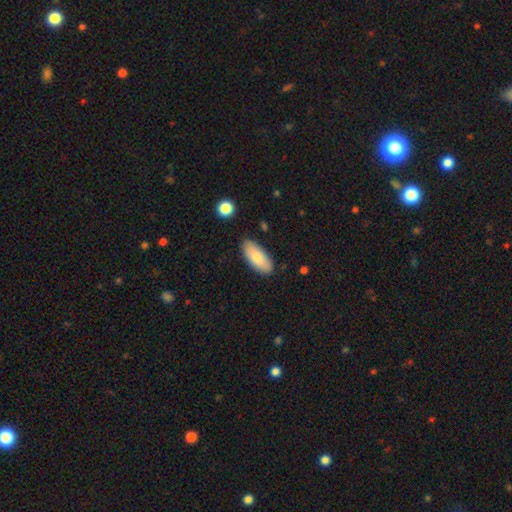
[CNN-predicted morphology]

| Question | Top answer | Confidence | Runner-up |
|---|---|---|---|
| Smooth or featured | smooth | 77% | featured or disk (17%) |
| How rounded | in between | 87% | cigar-shaped (10%) |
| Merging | none | 85% | minor disturbance (11%) |